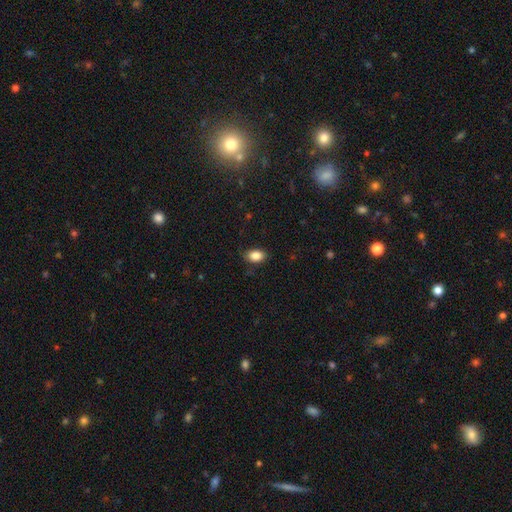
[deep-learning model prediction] Q: Smooth or featured?
A: smooth (86%); runner-up: star or artifact (8%)
Q: How rounded?
A: in between (86%); runner-up: round (12%)
Q: Merging?
A: none (85%); runner-up: minor disturbance (11%)